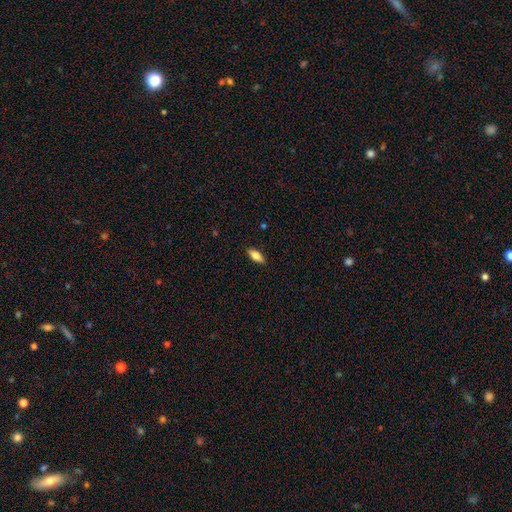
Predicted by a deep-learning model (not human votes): A smooth galaxy with no disk features (76%) that is in between round and cigar-shaped (81%).

Vote fractions:
- Smooth or featured? smooth: 76% / featured or disk: 17% / star or artifact: 7%
- How rounded? in between: 81% / cigar-shaped: 17% / round: 2%
- Merging? none: 89% / minor disturbance: 8% / major disturbance: 2% / merger: 1%